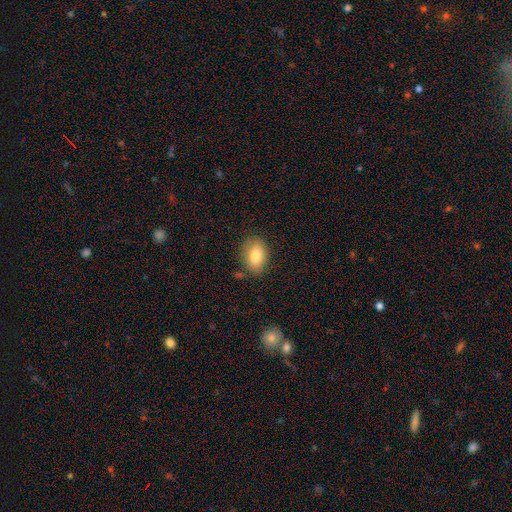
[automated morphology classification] A smooth galaxy with no disk features (81%) that is in between round and cigar-shaped (83%).

Vote fractions:
- Smooth or featured? smooth: 81% / featured or disk: 11% / star or artifact: 8%
- How rounded? in between: 83% / round: 16% / cigar-shaped: 2%
- Merging? none: 79% / minor disturbance: 15% / major disturbance: 4% / merger: 3%